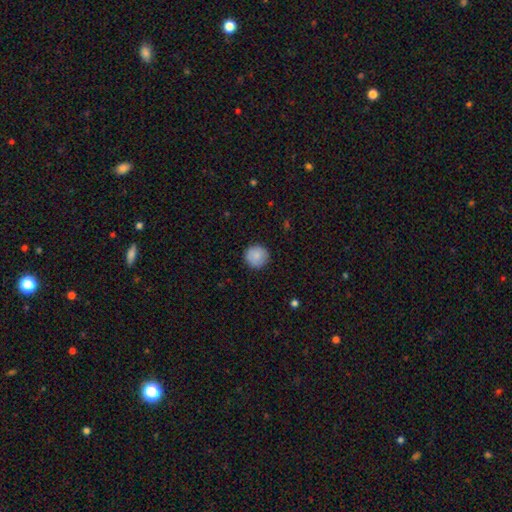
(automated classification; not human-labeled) A smooth galaxy with no disk features (86%) that is round (95%). Merging: none (89%).